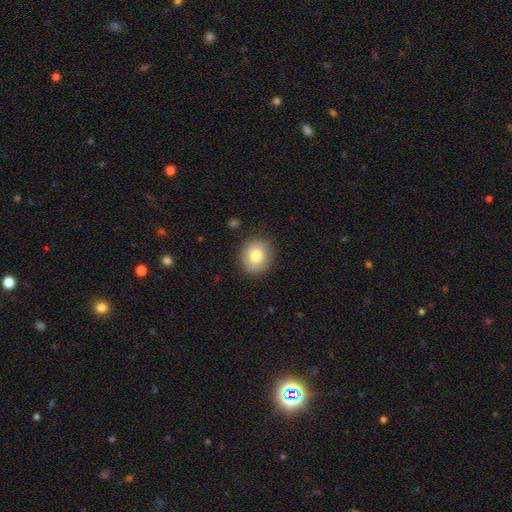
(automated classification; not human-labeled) This appears to be a smooth galaxy with no disk features (79%) that is round (74%). Merging: none (88%).